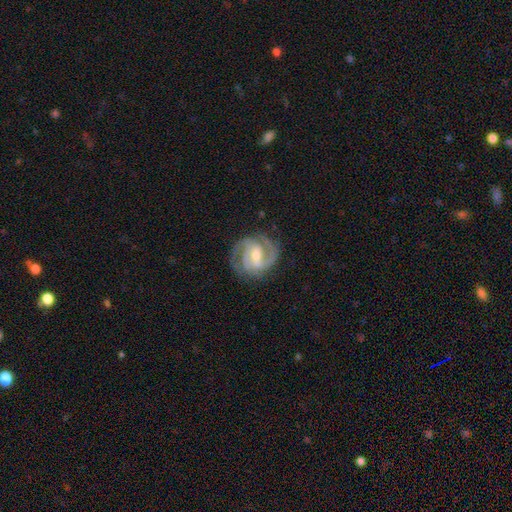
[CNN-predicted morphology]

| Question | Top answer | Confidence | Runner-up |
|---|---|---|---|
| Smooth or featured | featured or disk | 90% | smooth (6%) |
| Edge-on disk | no | 98% | yes (2%) |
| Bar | weak | 50% | strong (31%) |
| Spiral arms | yes | 98% | no (2%) |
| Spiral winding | medium | 47% | tight (45%) |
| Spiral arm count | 2 | 52% | 3 (32%) |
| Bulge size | moderate | 47% | small (45%) |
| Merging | none | 77% | minor disturbance (15%) |